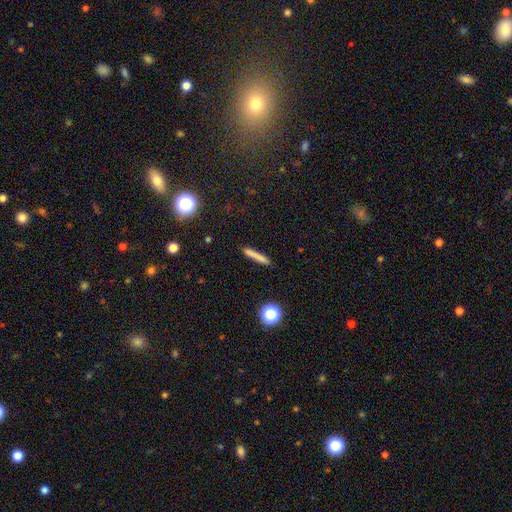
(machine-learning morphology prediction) A smooth galaxy with no disk features (75%) that is cigar-shaped (93%). Merging: none (85%).